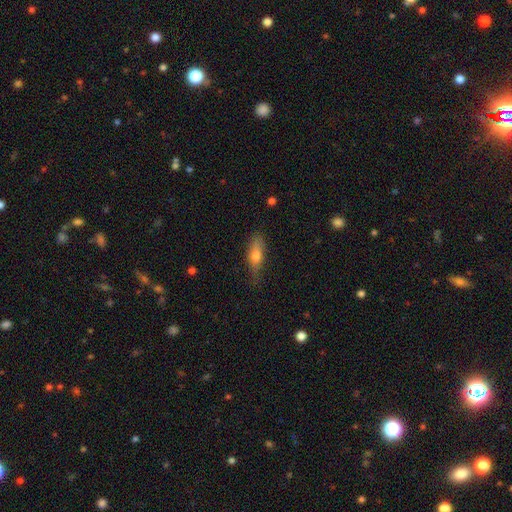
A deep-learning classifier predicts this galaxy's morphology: Smooth or featured? Predicted: smooth (p=0.65). How rounded? Predicted: in between (p=0.54). Merging? Predicted: none (p=0.72).